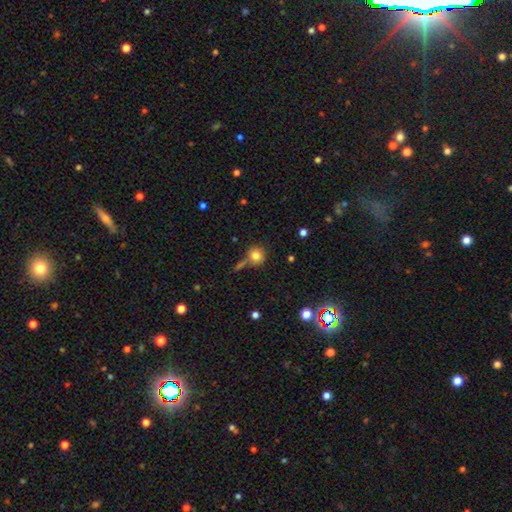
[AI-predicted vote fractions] This appears to be a smooth galaxy with no disk features (80%) that is round (90%). Merging: none (66%).